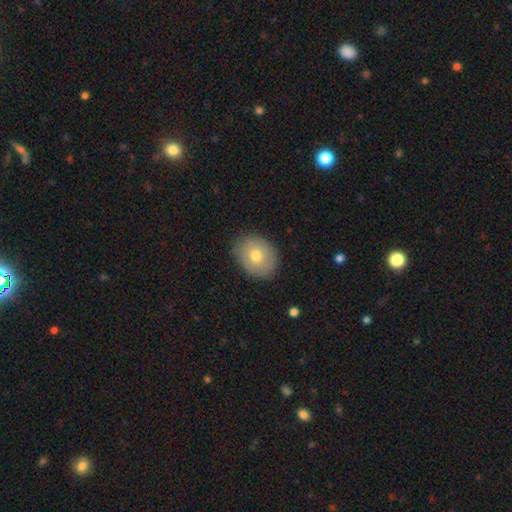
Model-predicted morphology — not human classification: Overall: smooth (72%). How rounded: in between (56%; round 43%). Merging: none (85%).